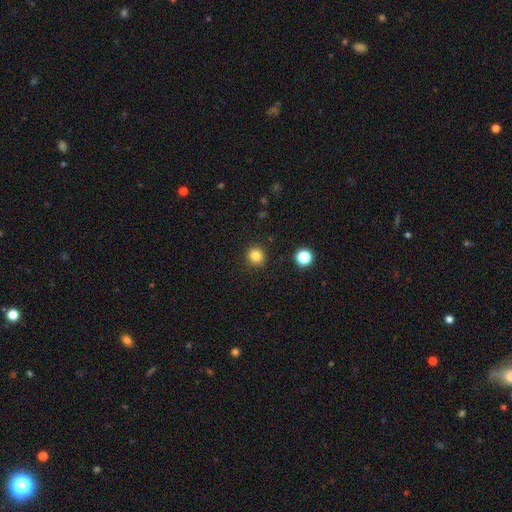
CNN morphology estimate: Overall: smooth (82%). How rounded: round (90%). Merging: none (90%).